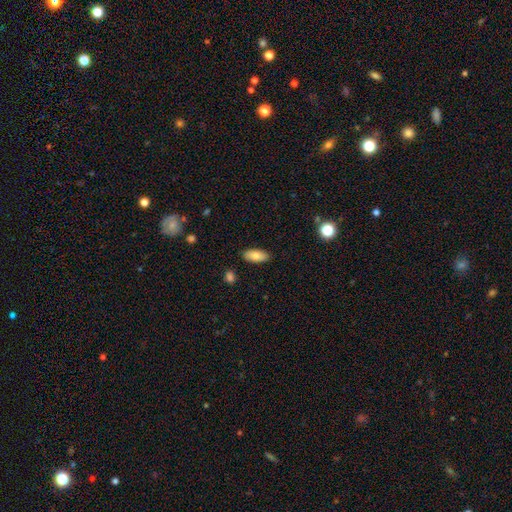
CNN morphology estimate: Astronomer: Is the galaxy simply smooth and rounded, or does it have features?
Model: smooth — 82%.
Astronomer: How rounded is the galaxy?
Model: in between — 86%.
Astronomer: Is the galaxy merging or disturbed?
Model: none — 88%.